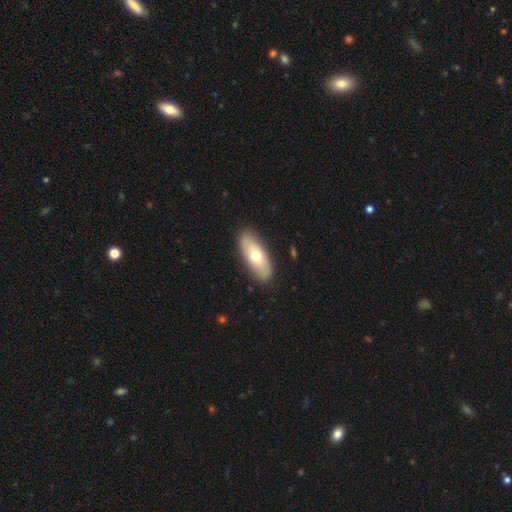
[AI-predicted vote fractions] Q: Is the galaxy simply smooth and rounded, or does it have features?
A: smooth — 62%.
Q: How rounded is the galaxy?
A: in between — 79%.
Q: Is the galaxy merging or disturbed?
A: none — 87%.